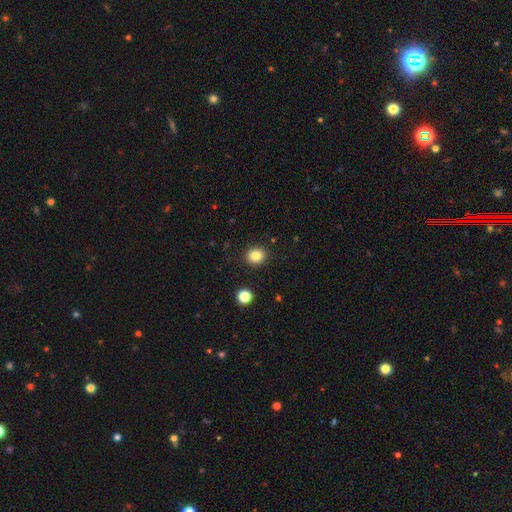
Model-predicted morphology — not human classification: smooth_or_featured: smooth (p=0.83) [alt: star or artifact p=0.11]
how_rounded: round (p=0.84) [alt: in between p=0.15]
merging: none (p=0.91) [alt: minor disturbance p=0.06]